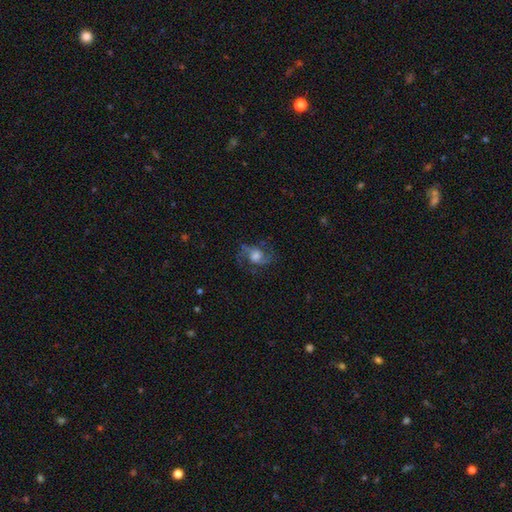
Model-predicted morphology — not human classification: Q: Smooth or featured?
A: featured or disk (73%); runner-up: smooth (18%)
Q: Edge-on disk?
A: no (97%); runner-up: yes (3%)
Q: Bar?
A: no (60%); runner-up: weak (33%)
Q: Spiral arms?
A: yes (92%); runner-up: no (8%)
Q: Spiral winding?
A: medium (48%); runner-up: loose (41%)
Q: Spiral arm count?
A: 2 (82%); runner-up: can't tell (6%)
Q: Bulge size?
A: moderate (42%); runner-up: large (33%)
Q: Merging?
A: none (67%); runner-up: minor disturbance (17%)